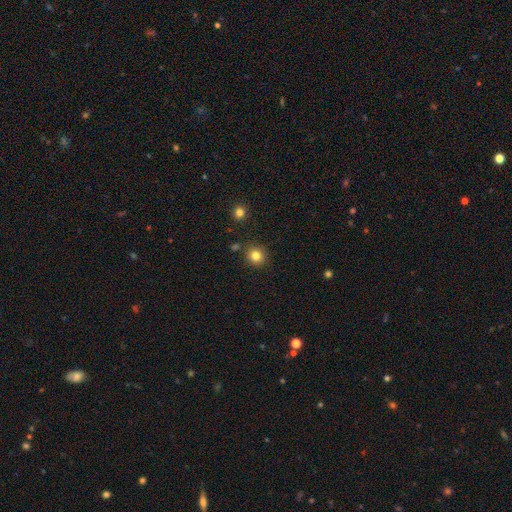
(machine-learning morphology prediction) Q: Smooth or featured?
A: smooth (82%); runner-up: star or artifact (12%)
Q: How rounded?
A: round (88%); runner-up: in between (11%)
Q: Merging?
A: none (87%); runner-up: minor disturbance (7%)